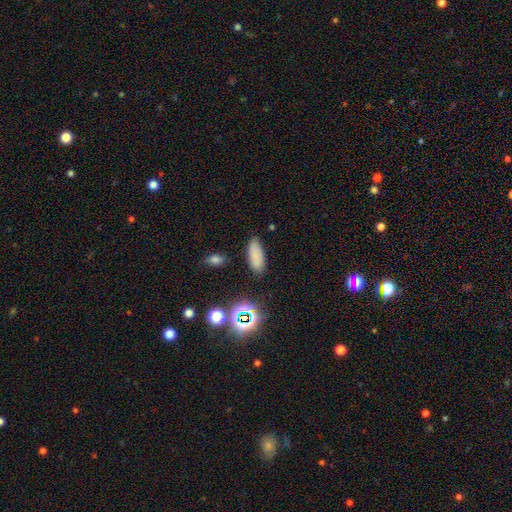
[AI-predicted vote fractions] Morphology: type=smooth (78%); roundness=in between (79%); merging=none (81%).